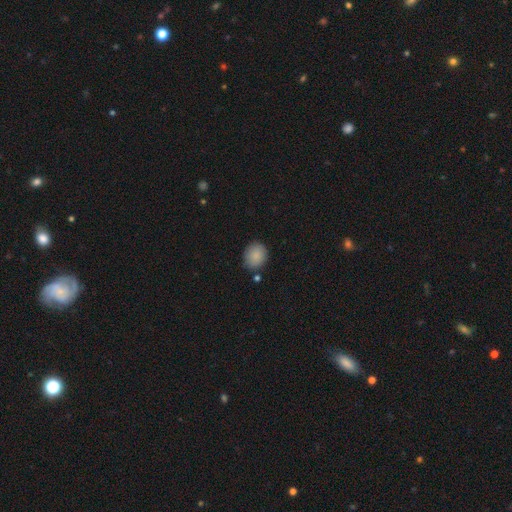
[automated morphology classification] A smooth galaxy with no disk features (87%) that is round (62%).

Vote fractions:
- Smooth or featured? smooth: 87% / star or artifact: 8% / featured or disk: 5%
- How rounded? round: 62% / in between: 37% / cigar-shaped: 1%
- Merging? none: 81% / minor disturbance: 13% / merger: 4% / major disturbance: 3%